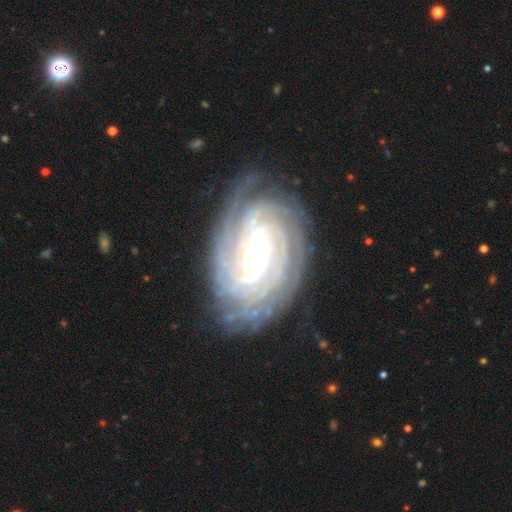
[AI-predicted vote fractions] Smooth or featured: featured or disk — 91% (smooth — 4%)
Edge-on disk: no — 96% (yes — 4%)
Bar: weak — 40% (strong — 30%)
Spiral arms: yes — 98% (no — 2%)
Spiral winding: tight — 84% (medium — 14%)
Spiral arm count: more than 4 — 25% (tied with 4 — 25%)
Bulge size: moderate — 65% (small — 23%)
Merging: none — 81% (minor disturbance — 14%)